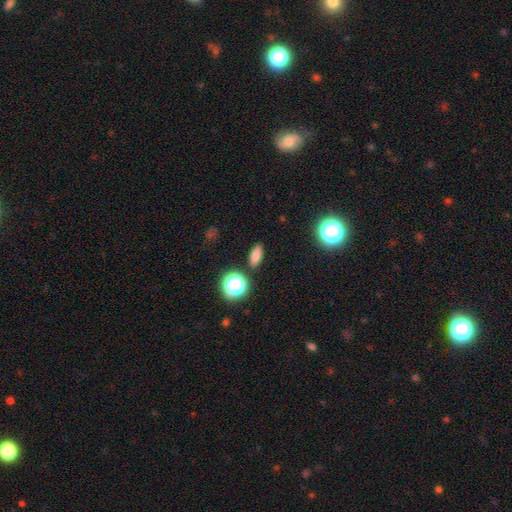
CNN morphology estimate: Smooth or featured? smooth (77%)
How rounded? in between (73%)
Merging? none (87%)